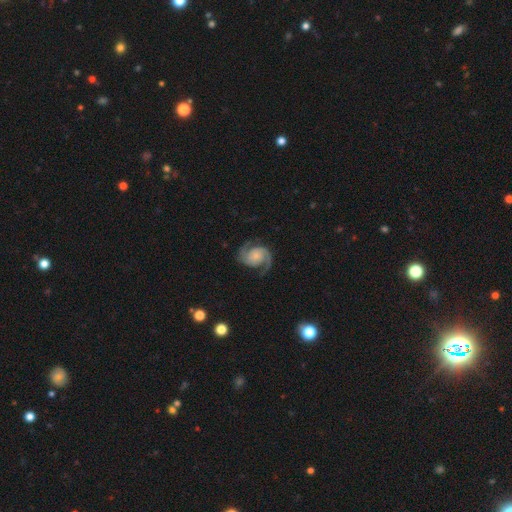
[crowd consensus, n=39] featured or disk 90%, star or artifact 8%, smooth 3%. Down the decision tree: edge-on disk — no (100%); bar — no (71%); spiral arms — yes (100%); spiral arm count — 2 (100%); spiral winding — medium (63%); bulge size — small (60%); merging — none (89%).